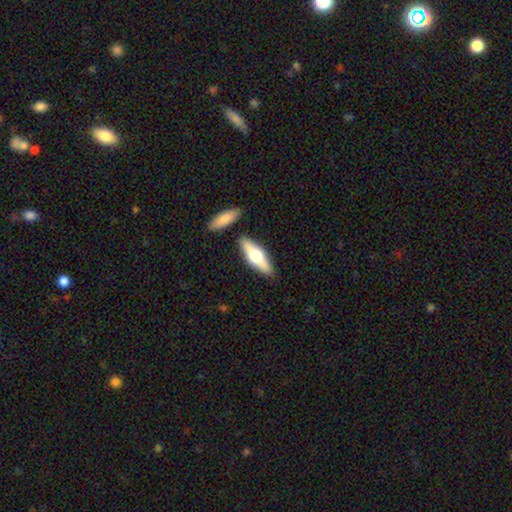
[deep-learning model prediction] Morphology: type=smooth (50%); roundness=in between (53%); merging=none (83%).